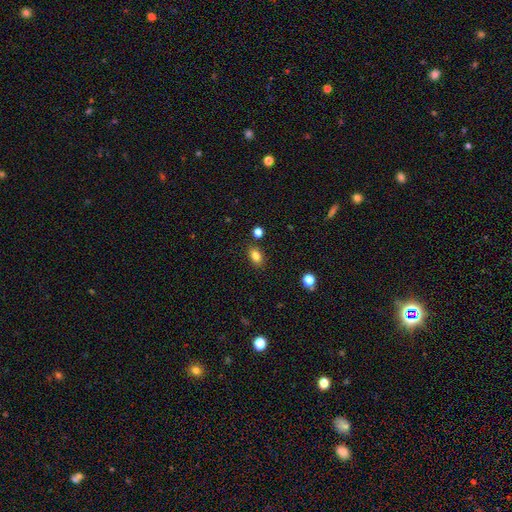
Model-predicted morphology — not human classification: Overall: smooth (82%). How rounded: in between (82%). Merging: none (83%).